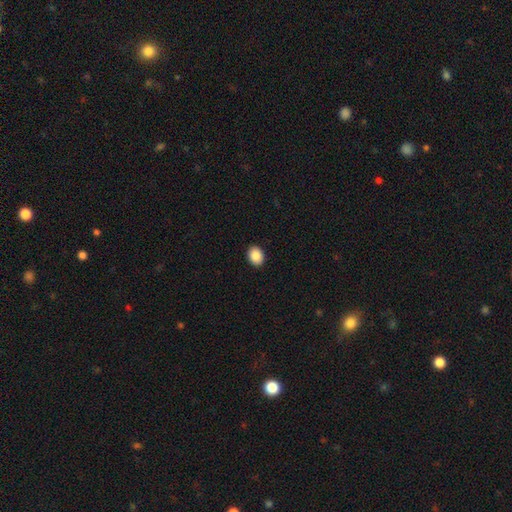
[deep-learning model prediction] smooth_or_featured: smooth (p=0.88) [alt: star or artifact p=0.08]
how_rounded: in between (p=0.60) [alt: round p=0.40]
merging: none (p=0.92) [alt: minor disturbance p=0.06]